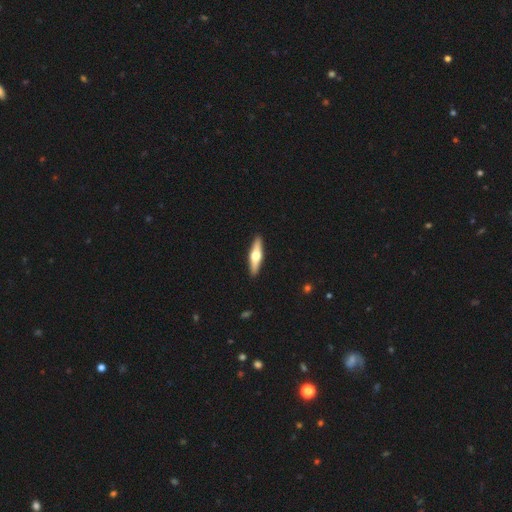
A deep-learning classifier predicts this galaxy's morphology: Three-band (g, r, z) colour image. It shows a featured or disk galaxy (59%) viewed edge-on (95%) with a rounded central bulge (95%). Merging: none (92%).